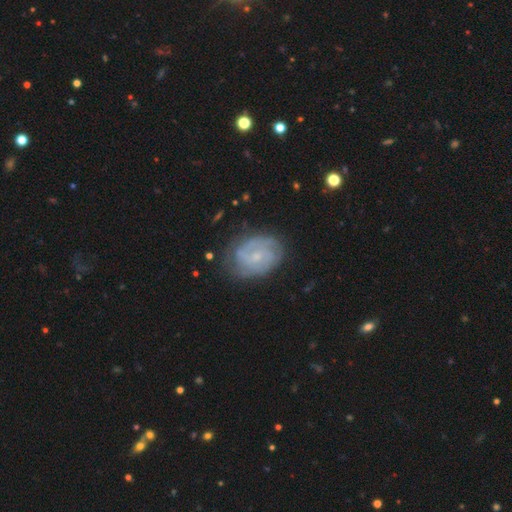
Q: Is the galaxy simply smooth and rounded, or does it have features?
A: featured or disk — 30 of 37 (81%).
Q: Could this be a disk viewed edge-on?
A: no — 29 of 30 (97%).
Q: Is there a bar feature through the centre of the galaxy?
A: no — 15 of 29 (52%).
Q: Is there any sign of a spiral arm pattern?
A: yes — 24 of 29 (83%).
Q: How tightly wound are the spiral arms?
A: tight — 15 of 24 (62%).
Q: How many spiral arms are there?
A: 2 — 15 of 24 (62%).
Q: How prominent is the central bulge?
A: small — 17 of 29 (59%).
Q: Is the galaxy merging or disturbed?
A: none — 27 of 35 (77%).